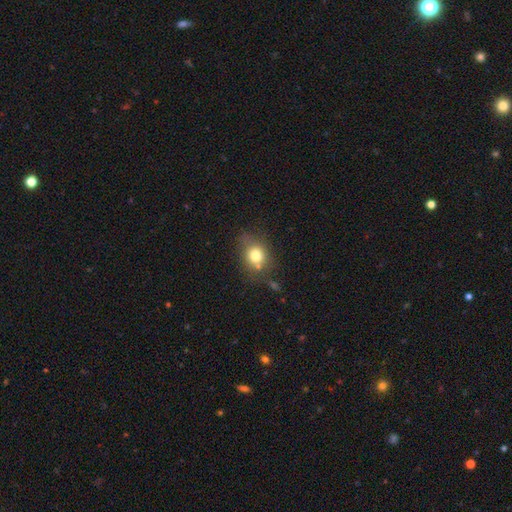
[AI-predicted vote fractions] A smooth galaxy with no disk features (76%) that is round (60%). Merging: none (63%).